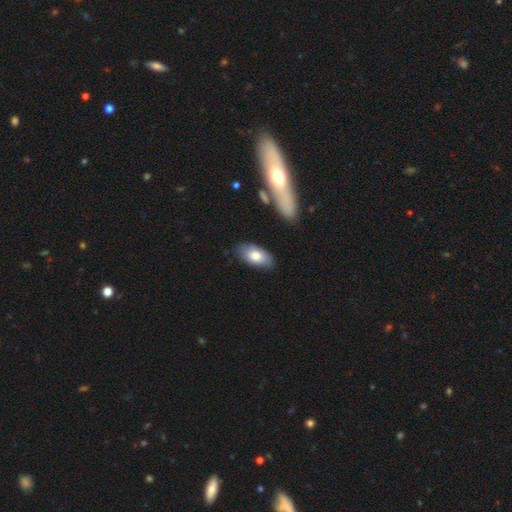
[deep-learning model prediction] Smooth or featured? smooth (76%)
How rounded? in between (93%)
Merging? none (82%)